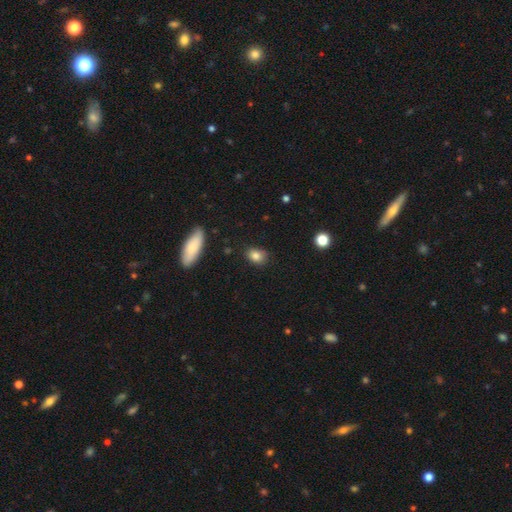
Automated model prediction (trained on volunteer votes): The model was most divided on "how rounded": in between: 65%, round: 32%, cigar-shaped: 2%. More confident: smooth or featured — smooth (84%); merging — none (78%).